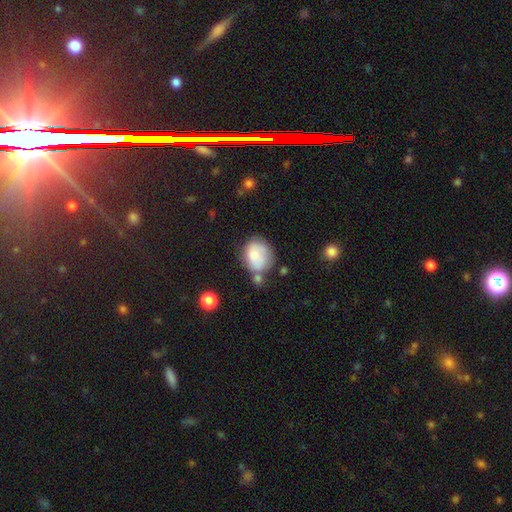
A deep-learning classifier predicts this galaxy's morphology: Smooth or featured? smooth (80%)
How rounded? in between (50%)
Merging? none (45%)